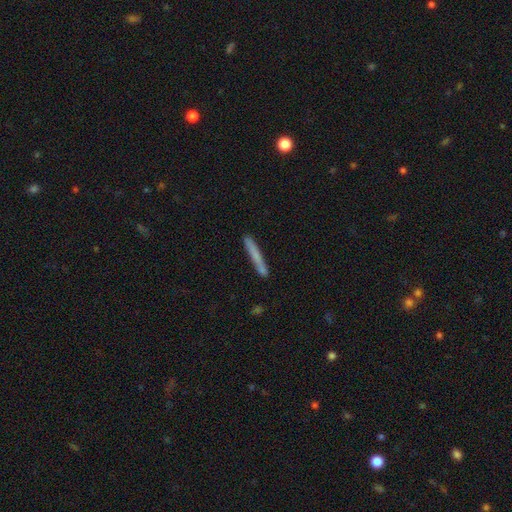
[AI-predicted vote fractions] Smooth or featured?
  - smooth: 67% *
  - featured or disk: 26%
  - star or artifact: 7%
How rounded?
  - cigar-shaped: 97% *
  - in between: 2%
  - round: 1%
Merging?
  - none: 86% *
  - minor disturbance: 10%
  - merger: 2%
  - major disturbance: 2%